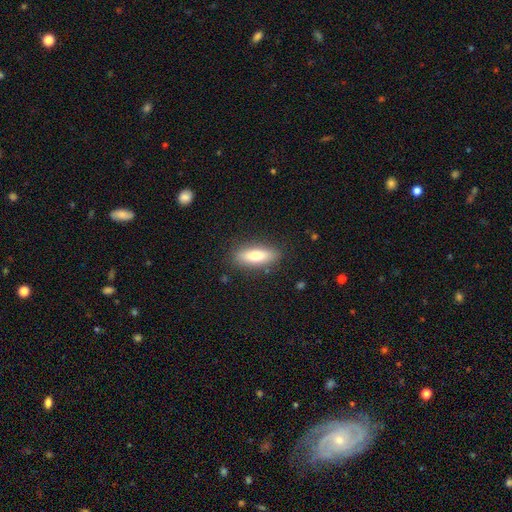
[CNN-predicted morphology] Smooth or featured? Predicted: smooth (p=0.75). How rounded? Predicted: in between (p=0.61). Merging? Predicted: none (p=0.86).